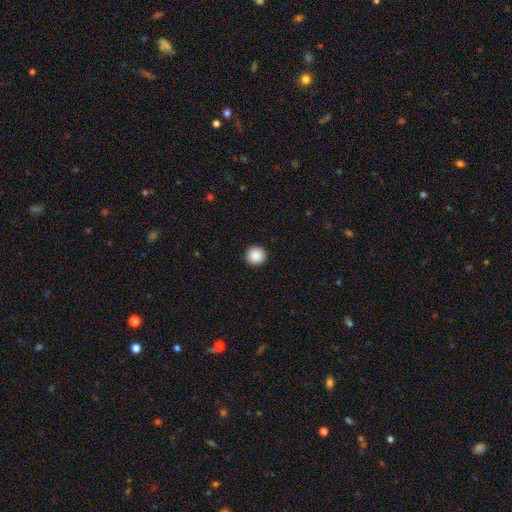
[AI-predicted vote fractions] The model was most divided on "smooth or featured": smooth: 89%, star or artifact: 9%, featured or disk: 3%. More confident: how rounded — round (96%); merging — none (93%).